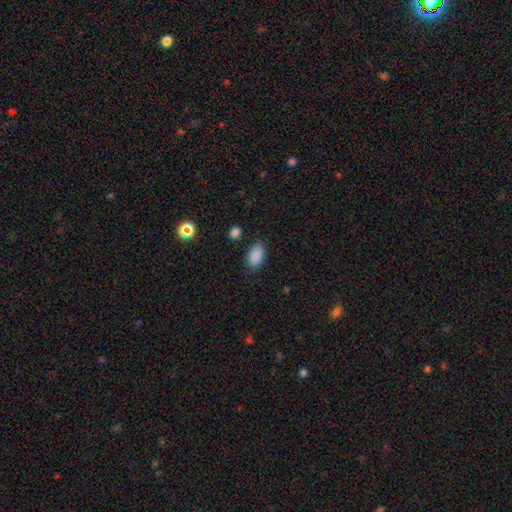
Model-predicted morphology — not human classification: A smooth galaxy with no disk features (89%) that is in between round and cigar-shaped (92%).

Vote fractions:
- Smooth or featured? smooth: 89% / star or artifact: 8% / featured or disk: 3%
- How rounded? in between: 92% / round: 6% / cigar-shaped: 2%
- Merging? none: 85% / minor disturbance: 10% / major disturbance: 3% / merger: 2%